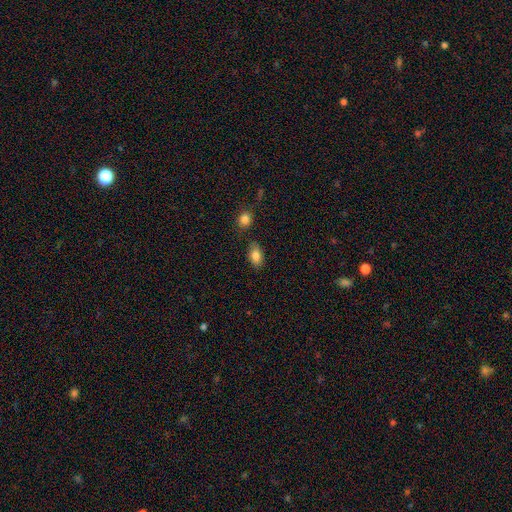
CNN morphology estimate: The model was most divided on "merging": none: 78%, minor disturbance: 14%, merger: 5%, major disturbance: 3%. More confident: how rounded — in between (89%); smooth or featured — smooth (84%).